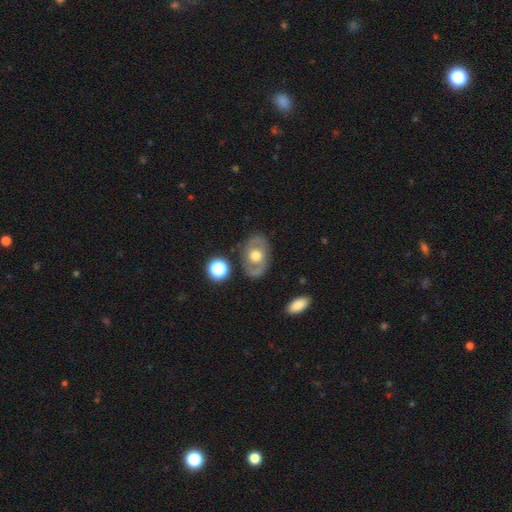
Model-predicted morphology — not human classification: This appears to be a featured or disk galaxy (57%) with no bar (80%), no spiral arms (60%) and a moderate central bulge (59%). Merging: none (79%).